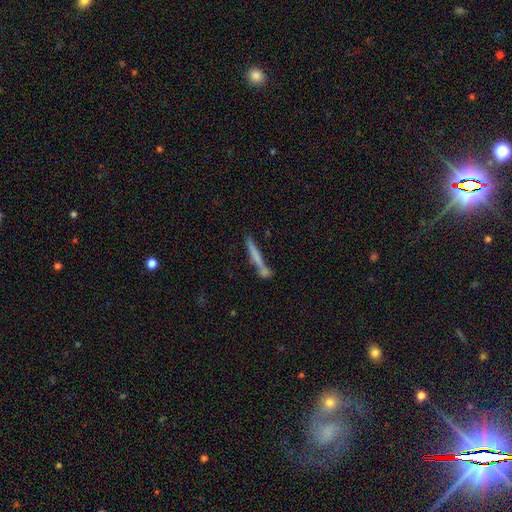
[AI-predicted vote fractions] Smooth or featured? smooth (61%)
How rounded? cigar-shaped (95%)
Merging? none (62%)